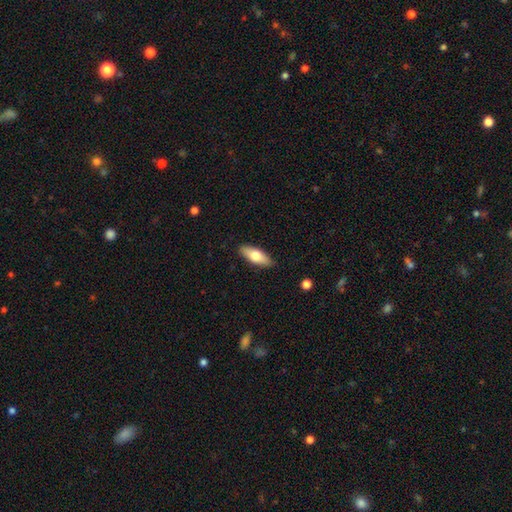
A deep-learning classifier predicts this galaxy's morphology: This is likely a smooth galaxy (65%). How rounded: likely in between (69%). Merging: clearly none (88%).